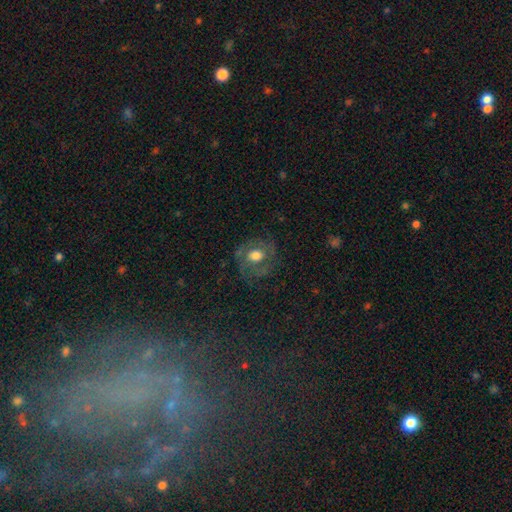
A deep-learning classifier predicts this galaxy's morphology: A featured or disk galaxy (55%) with no bar (76%), spiral arms (64%) and a moderate central bulge (62%). Merging: none (66%).